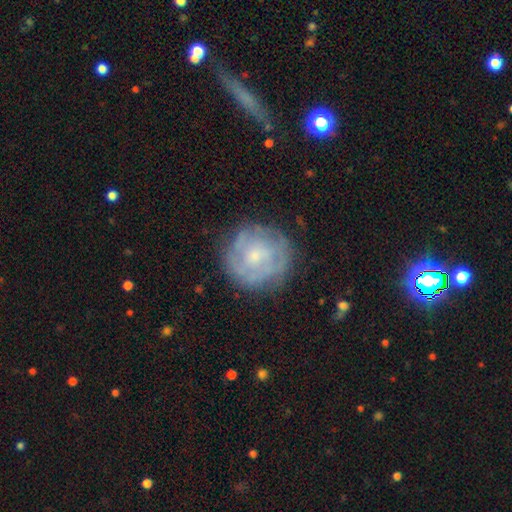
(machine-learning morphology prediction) A featured or disk galaxy (63%) with no bar (75%), spiral arms (66%) and a small central bulge (61%). Merging: none (78%).